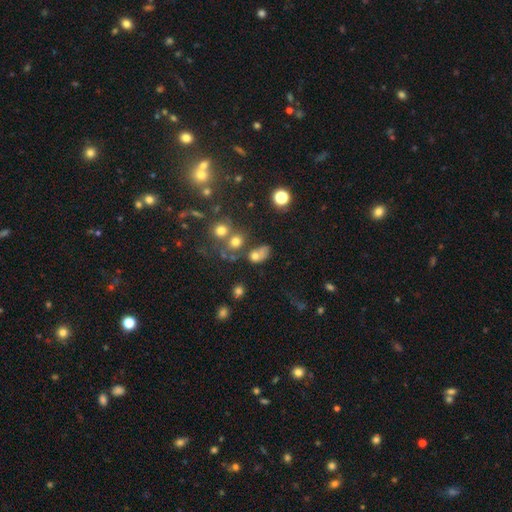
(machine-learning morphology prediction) Smooth or featured? smooth (65%)
How rounded? in between (61%)
Merging? none (37%)